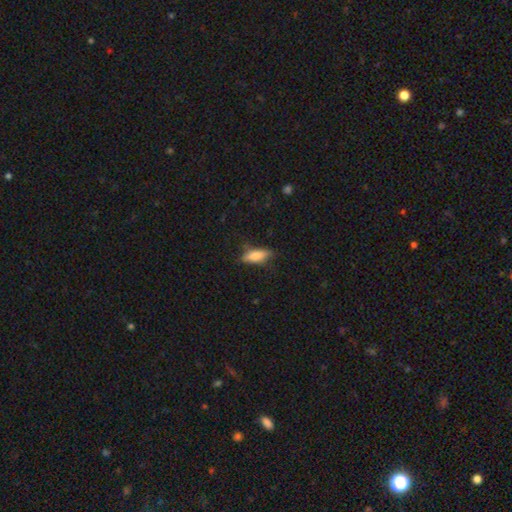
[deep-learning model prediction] smooth_or_featured: smooth (p=0.76) [alt: featured or disk p=0.16]
how_rounded: in between (p=0.67) [alt: cigar-shaped p=0.30]
merging: none (p=0.71) [alt: minor disturbance p=0.22]